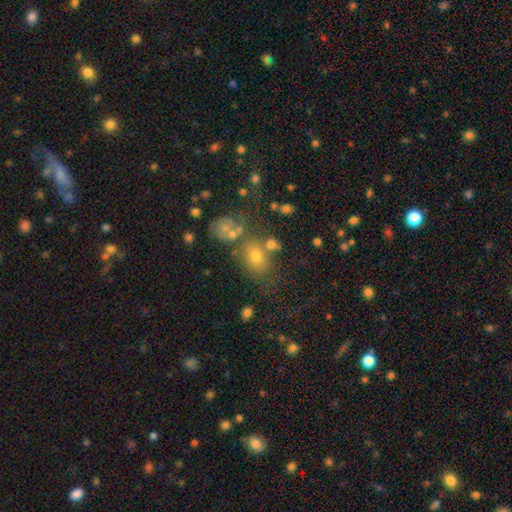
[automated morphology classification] A smooth galaxy with no disk features (65%) that is in between round and cigar-shaped (67%).

Vote fractions:
- Smooth or featured? smooth: 65% / star or artifact: 22% / featured or disk: 14%
- How rounded? in between: 67% / round: 31% / cigar-shaped: 2%
- Merging? none: 57% / merger: 18% / minor disturbance: 16% / major disturbance: 9%